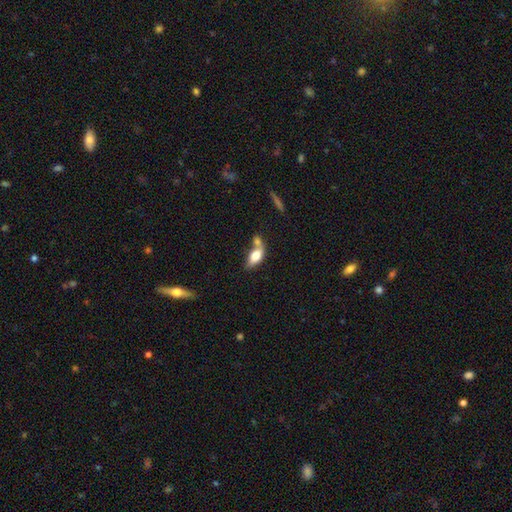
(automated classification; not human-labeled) smooth-or-featured: smooth: 73% | featured or disk: 20% | star or artifact: 7%
  how-rounded: in between: 85% | cigar-shaped: 9% | round: 6%
  merging: merger: 44% | none: 34% | minor disturbance: 14% | major disturbance: 7%